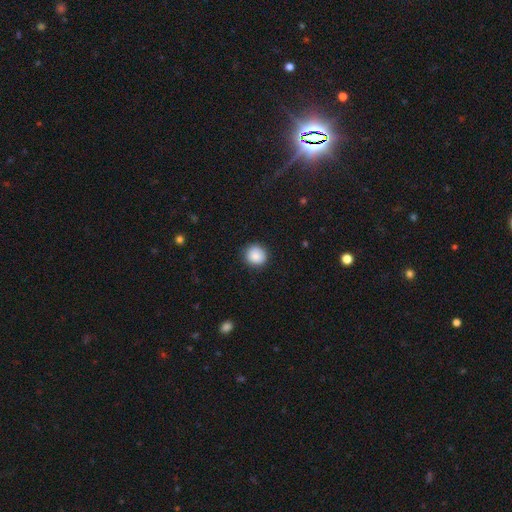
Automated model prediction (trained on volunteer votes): Smooth or featured? smooth (88%)
How rounded? round (90%)
Merging? none (89%)